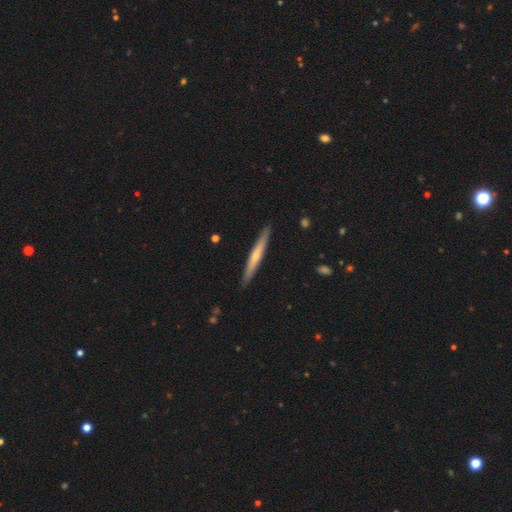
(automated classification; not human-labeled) This appears to be a featured or disk galaxy (48%). Merging: none (90%).